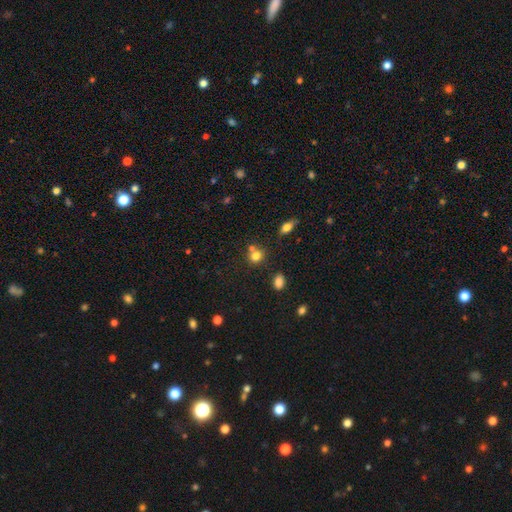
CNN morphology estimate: The model was most divided on "merging": none: 56%, merger: 30%, minor disturbance: 10%, major disturbance: 4%. More confident: smooth or featured — smooth (77%); how rounded — round (73%).